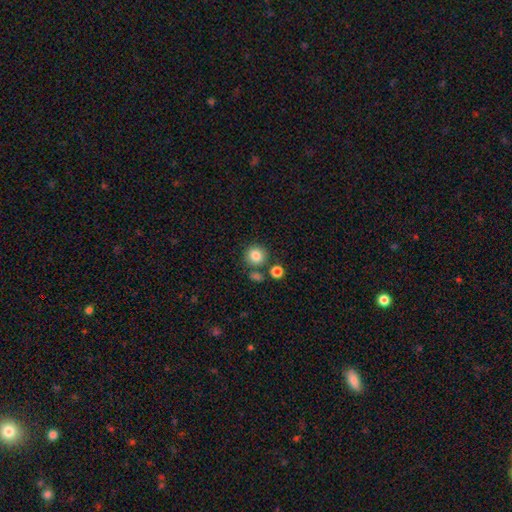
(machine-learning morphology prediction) A smooth galaxy with no disk features (83%) that is round (92%). Merging: none (77%).